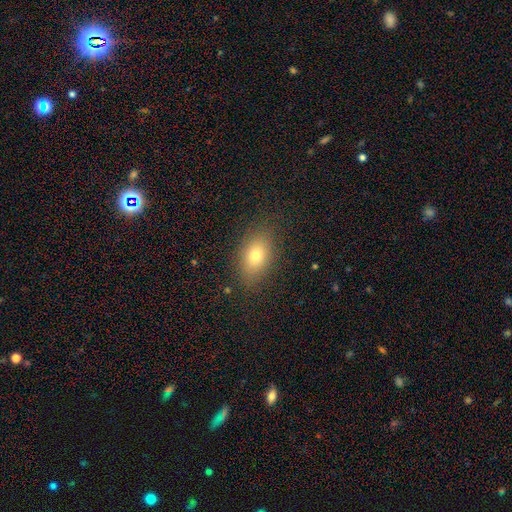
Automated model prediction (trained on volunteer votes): Smooth or featured? Predicted: smooth (p=0.78). How rounded? Predicted: in between (p=0.85). Merging? Predicted: none (p=0.84).